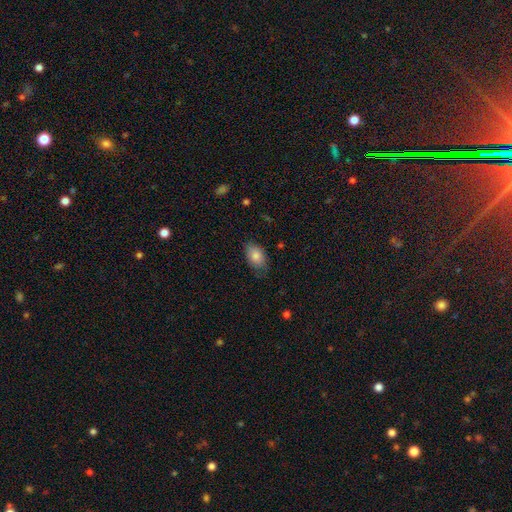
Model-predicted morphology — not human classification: A smooth galaxy with no disk features (82%) that is in between round and cigar-shaped (88%).

Vote fractions:
- Smooth or featured? smooth: 82% / featured or disk: 11% / star or artifact: 7%
- How rounded? in between: 88% / round: 10% / cigar-shaped: 2%
- Merging? none: 68% / minor disturbance: 25% / major disturbance: 6% / merger: 1%